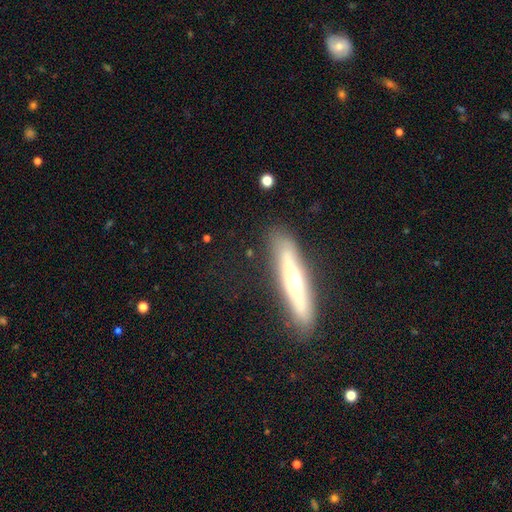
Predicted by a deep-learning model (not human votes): A featured or disk galaxy (55%) viewed edge-on (84%).

Vote fractions:
- Smooth or featured? featured or disk: 55% / smooth: 38% / star or artifact: 7%
- Edge-on disk? yes: 84% / no: 16%
- Merging? none: 86% / minor disturbance: 10% / major disturbance: 3% / merger: 2%